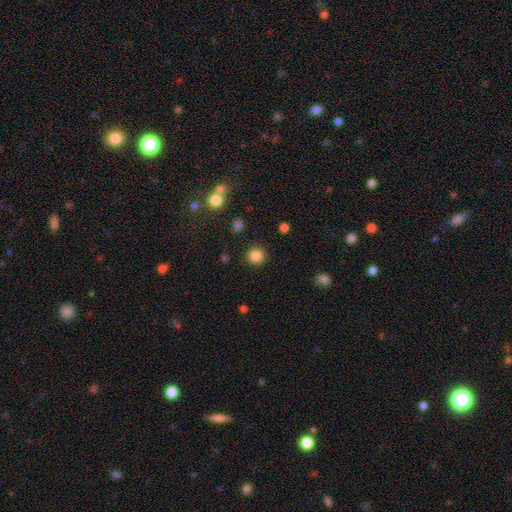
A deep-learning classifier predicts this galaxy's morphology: The model was most divided on "smooth or featured": smooth: 85%, star or artifact: 11%, featured or disk: 4%. More confident: how rounded — round (92%); merging — none (90%).